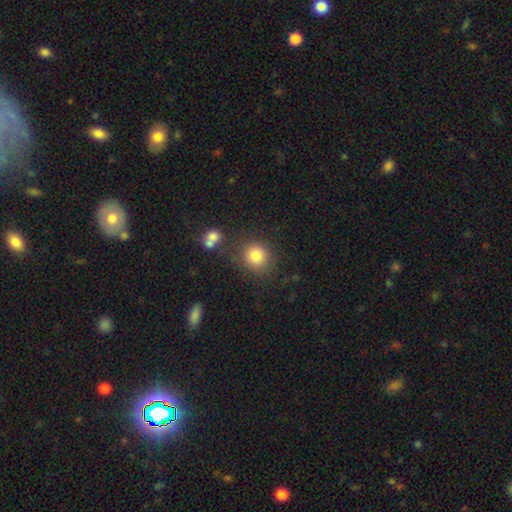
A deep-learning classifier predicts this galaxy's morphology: A smooth galaxy with no disk features (82%) that is round (87%).

Vote fractions:
- Smooth or featured? smooth: 82% / star or artifact: 11% / featured or disk: 6%
- How rounded? round: 87% / in between: 12% / cigar-shaped: 1%
- Merging? none: 79% / minor disturbance: 10% / merger: 6% / major disturbance: 4%